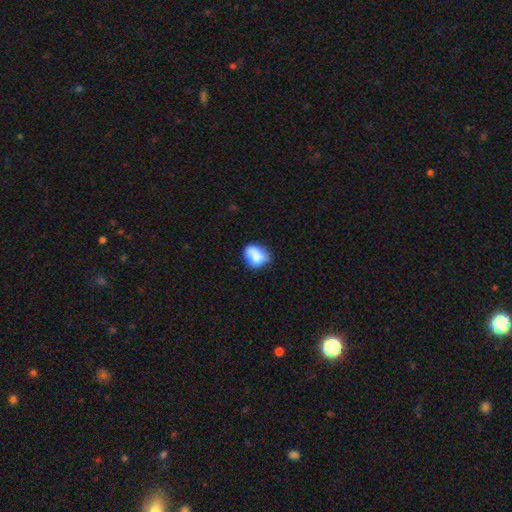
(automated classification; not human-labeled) Overall: smooth (82%). How rounded: in between (62%; round 36%). Merging: none (51%; minor disturbance 35%).